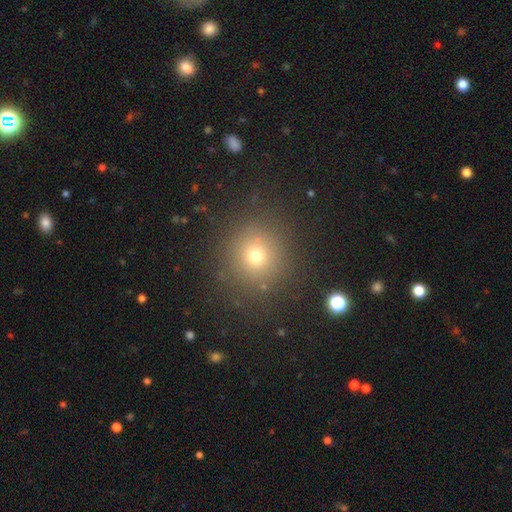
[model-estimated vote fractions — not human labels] A smooth galaxy with no disk features (69%) that is round (91%). Merging: none (86%).